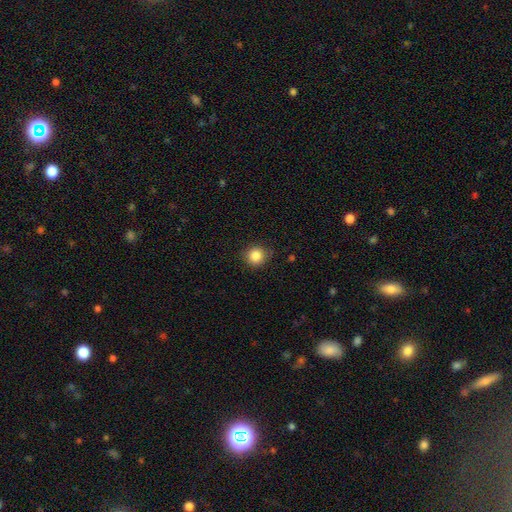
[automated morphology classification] type=smooth (86%); roundness=round (91%); merging=none (86%).